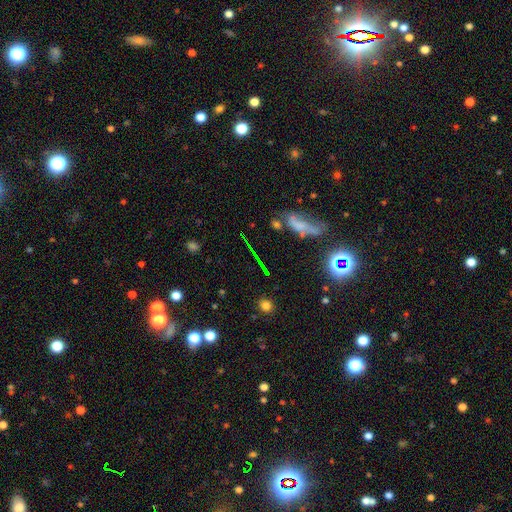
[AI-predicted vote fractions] star or artifact 48%, smooth 30%, featured or disk 22%.